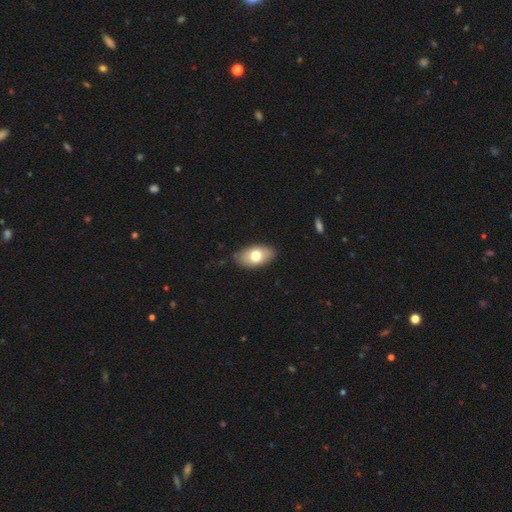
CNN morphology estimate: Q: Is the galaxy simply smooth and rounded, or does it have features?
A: smooth — 72%.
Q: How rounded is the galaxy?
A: in between — 93%.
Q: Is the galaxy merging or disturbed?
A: none — 84%.